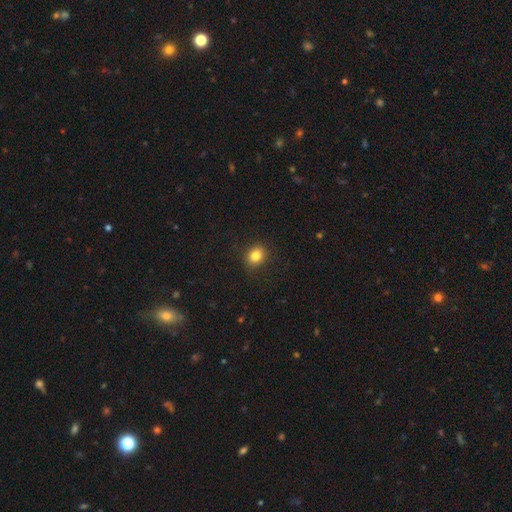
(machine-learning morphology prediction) smooth-or-featured: smooth: 83% | star or artifact: 11% | featured or disk: 6%
  how-rounded: round: 60% | in between: 39% | cigar-shaped: 1%
  merging: none: 87% | minor disturbance: 10% | major disturbance: 3% | merger: 1%